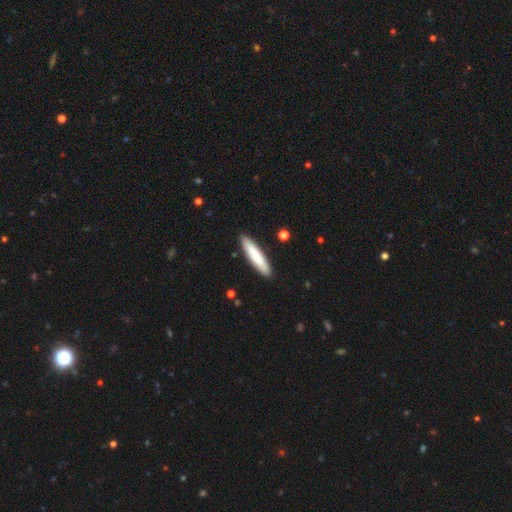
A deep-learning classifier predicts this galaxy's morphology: smooth-or-featured: smooth: 81% | featured or disk: 14% | star or artifact: 5%
  how-rounded: cigar-shaped: 86% | in between: 13% | round: 1%
  merging: none: 90% | minor disturbance: 8% | major disturbance: 1% | merger: 1%